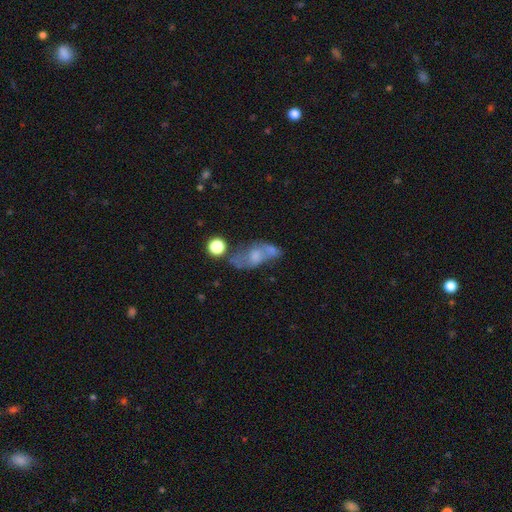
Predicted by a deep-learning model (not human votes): Q: Smooth or featured?
A: featured or disk (45%); runner-up: smooth (42%)
Q: Merging?
A: none (33%); runner-up: merger (29%)